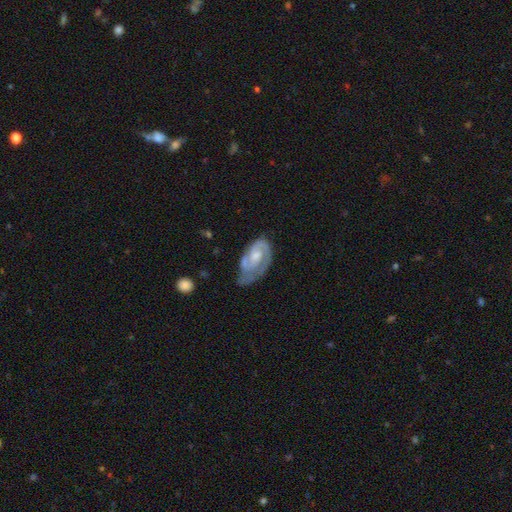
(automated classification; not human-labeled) smooth-or-featured: featured or disk: 77% | smooth: 18% | star or artifact: 5%
  disk-edge-on: no: 97% | yes: 3%
    bar: no: 60% | weak: 34% | strong: 6%
    has-spiral-arms: yes: 92% | no: 8%
      spiral-winding: tight: 50% | medium: 38% | loose: 12%
      spiral-arm-count: 2: 54% | 1: 24% | can't tell: 14% | 3: 5% | 4: 1% | more than 4: 1%
    bulge-size: moderate: 47% | small: 36% | none: 9% | large: 6% | dominant: 1%
  merging: none: 39% | minor disturbance: 34% | major disturbance: 23% | merger: 5%